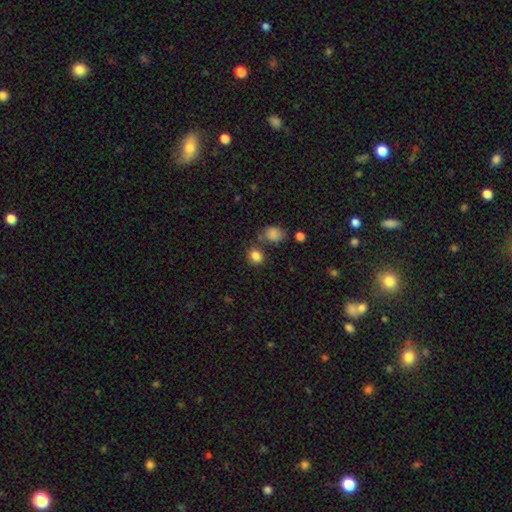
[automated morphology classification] This appears to be a smooth galaxy with no disk features (83%) that is round (61%). Merging: none (70%).